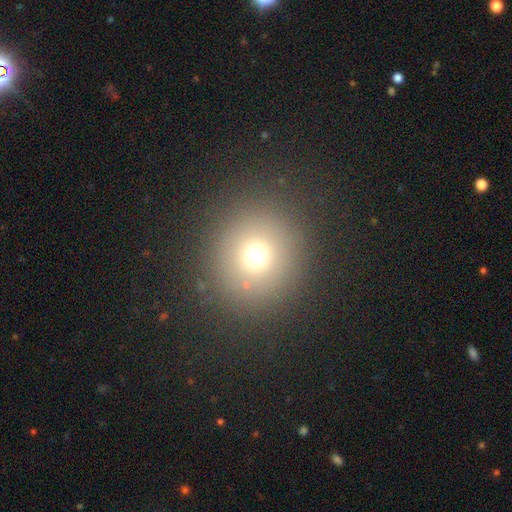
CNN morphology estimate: This appears to be a smooth galaxy with no disk features (70%) that is round (92%). Merging: none (87%).